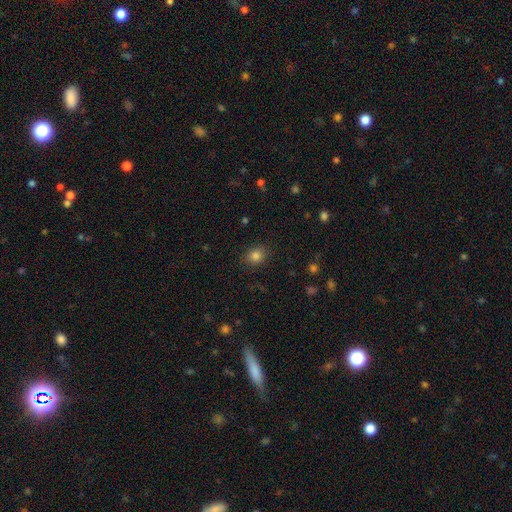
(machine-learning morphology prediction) type=smooth (82%); roundness=round (59%); merging=none (86%).